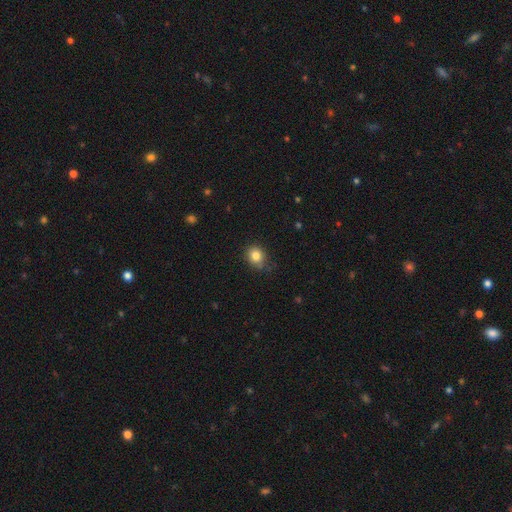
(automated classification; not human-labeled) Q: Smooth or featured?
A: smooth (83%); runner-up: star or artifact (11%)
Q: How rounded?
A: round (68%); runner-up: in between (31%)
Q: Merging?
A: none (76%); runner-up: minor disturbance (19%)